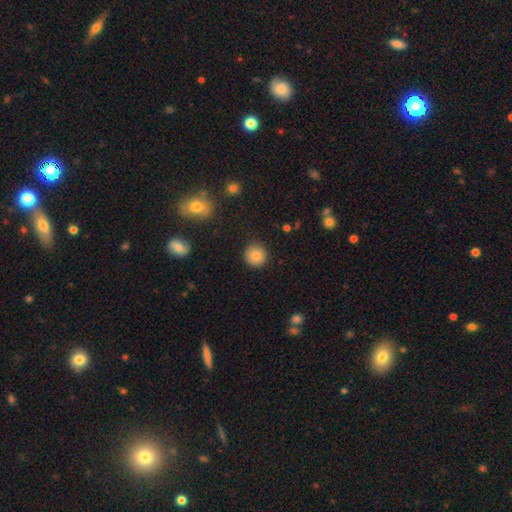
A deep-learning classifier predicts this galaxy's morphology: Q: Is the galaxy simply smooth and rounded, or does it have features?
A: smooth — 84%.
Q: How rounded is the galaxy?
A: round — 94%.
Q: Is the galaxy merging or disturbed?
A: none — 89%.